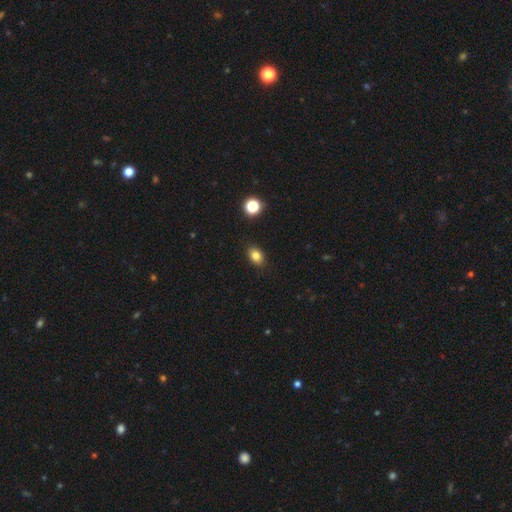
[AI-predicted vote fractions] This is clearly a smooth galaxy (82%). How rounded: likely in between (76%). Merging: clearly none (87%).